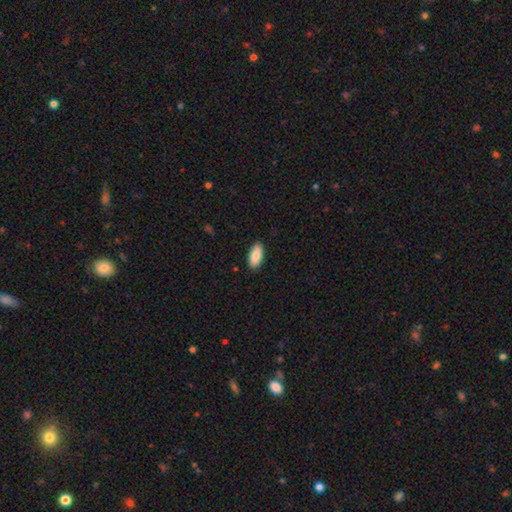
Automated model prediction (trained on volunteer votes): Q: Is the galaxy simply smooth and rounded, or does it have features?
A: smooth — 85%.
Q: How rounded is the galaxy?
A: in between — 90%.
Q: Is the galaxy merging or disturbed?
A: none — 89%.